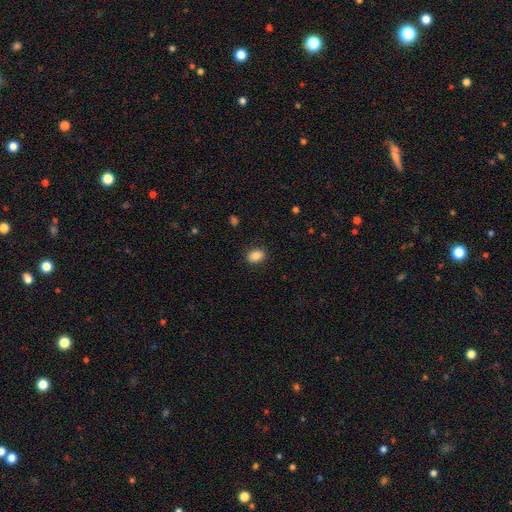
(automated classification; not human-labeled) The model was most divided on "how rounded": in between: 77%, round: 22%, cigar-shaped: 1%. More confident: merging — none (88%); smooth or featured — smooth (87%).